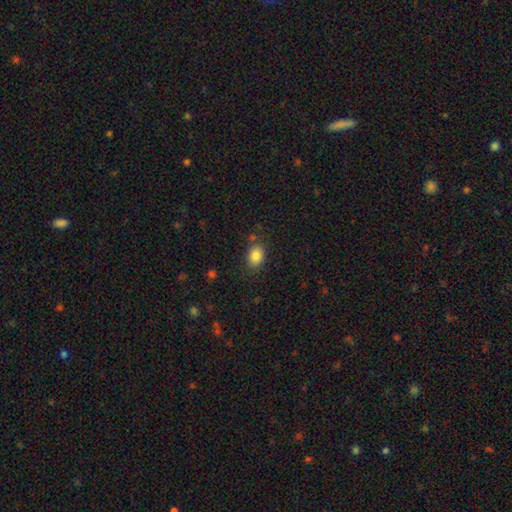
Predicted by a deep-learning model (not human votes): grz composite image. It shows a smooth galaxy with no disk features (85%) that is in between round and cigar-shaped (72%). Merging: none (79%).